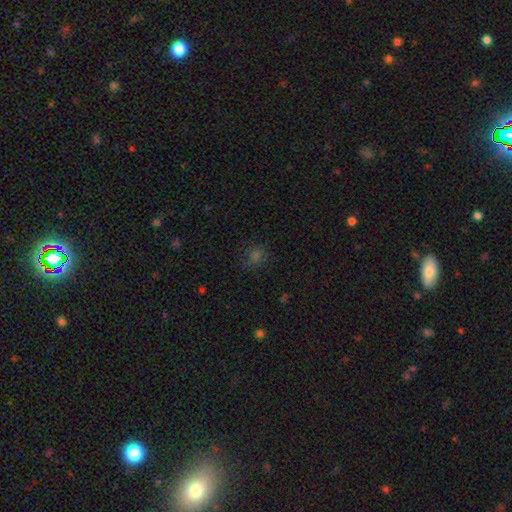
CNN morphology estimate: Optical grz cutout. It shows a smooth galaxy with no disk features (58%) that is round (72%). Merging: none (77%).